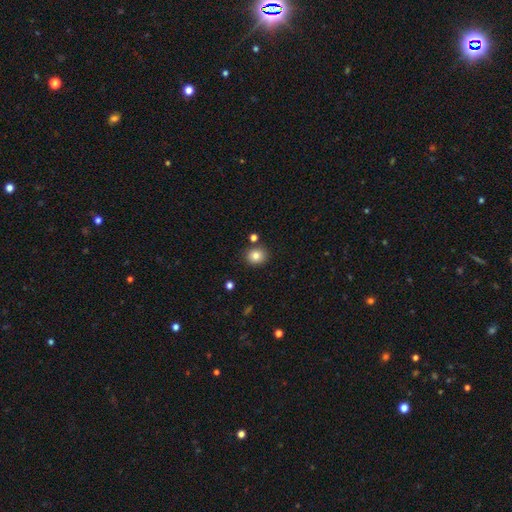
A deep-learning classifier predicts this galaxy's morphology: A smooth galaxy with no disk features (82%) that is round (79%).

Vote fractions:
- Smooth or featured? smooth: 82% / star or artifact: 11% / featured or disk: 7%
- How rounded? round: 79% / in between: 20% / cigar-shaped: 1%
- Merging? none: 84% / minor disturbance: 8% / merger: 5% / major disturbance: 2%